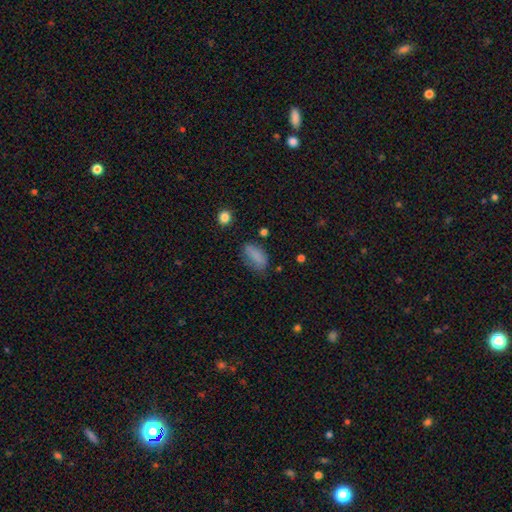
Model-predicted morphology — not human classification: Smooth or featured: smooth — 80% (star or artifact — 11%)
How rounded: in between — 87% (cigar-shaped — 8%)
Merging: none — 58% (minor disturbance — 28%)